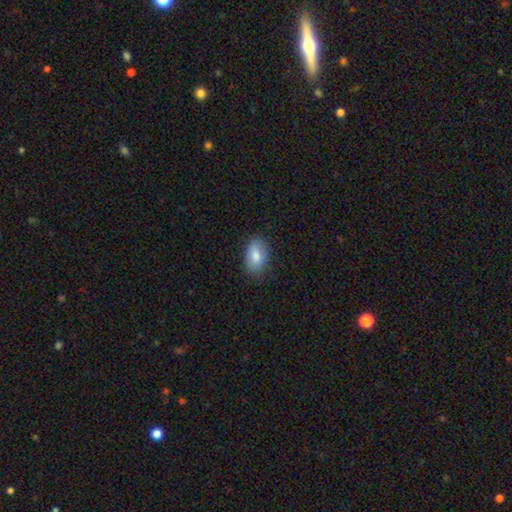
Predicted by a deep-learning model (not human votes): smooth-or-featured: smooth: 81% | featured or disk: 12% | star or artifact: 7%
  how-rounded: in between: 92% | round: 6% | cigar-shaped: 2%
  merging: none: 77% | minor disturbance: 18% | major disturbance: 4% | merger: 1%